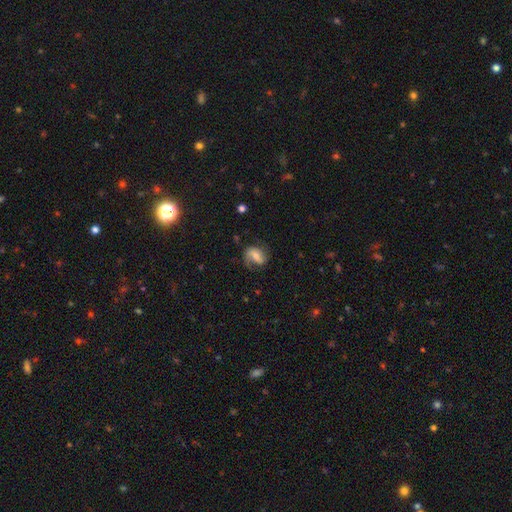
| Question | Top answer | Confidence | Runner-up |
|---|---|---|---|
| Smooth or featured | featured or disk | 68% | smooth (32%) |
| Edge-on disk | no | 100% | — |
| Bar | weak | 50% | no (35%) |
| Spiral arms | yes | 81% | no (19%) |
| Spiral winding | medium | 48% | loose (38%) |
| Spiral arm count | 2 | 57% | 1 (38%) |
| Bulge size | moderate | 50% | small (42%) |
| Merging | none | 53% | minor disturbance (24%) |